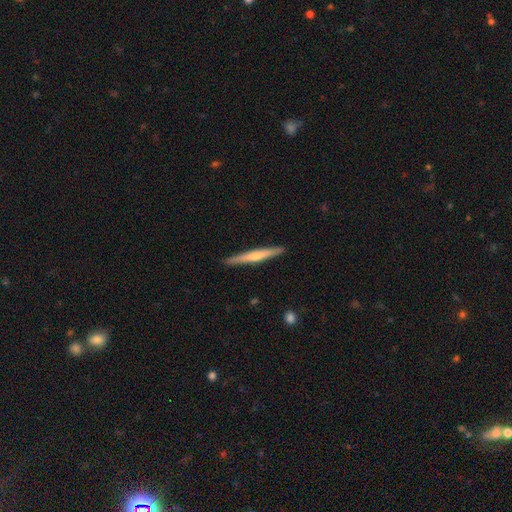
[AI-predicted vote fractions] Q: Smooth or featured?
A: featured or disk (51%); runner-up: smooth (44%)
Q: Edge-on disk?
A: yes (97%); runner-up: no (3%)
Q: Merging?
A: none (91%); runner-up: minor disturbance (7%)